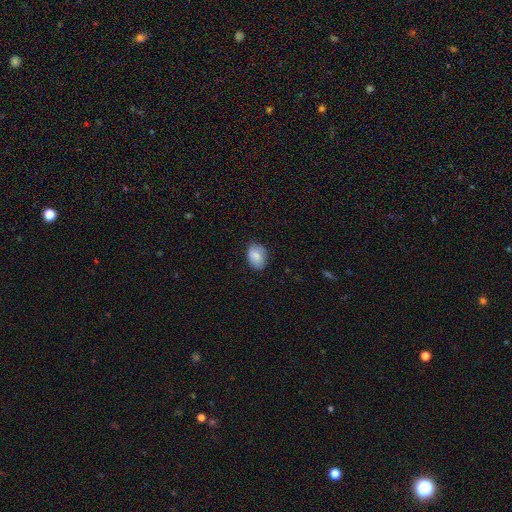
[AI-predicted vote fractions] This is clearly a smooth galaxy (82%). How rounded: likely in between (76%). Merging: likely none (73%).